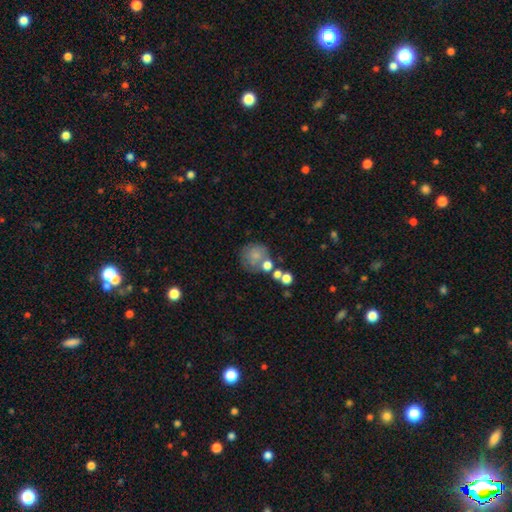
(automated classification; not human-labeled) The model was most divided on "merging": none: 47%, merger: 25%, minor disturbance: 16%, major disturbance: 11%. More confident: how rounded — round (84%); smooth or featured — smooth (68%).